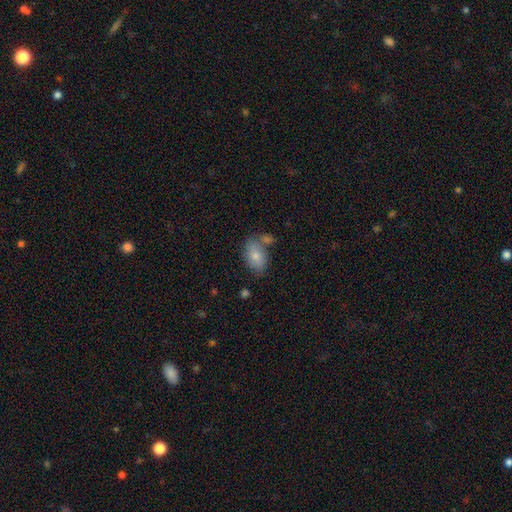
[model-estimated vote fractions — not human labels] Smooth or featured: smooth — 78% (featured or disk — 15%)
How rounded: in between — 87% (round — 11%)
Merging: none — 58% (minor disturbance — 18%)